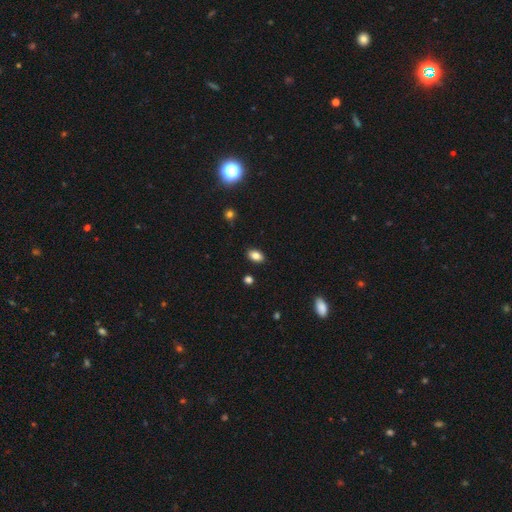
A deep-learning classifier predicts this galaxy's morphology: A smooth galaxy with no disk features (84%) that is in between round and cigar-shaped (88%). Merging: none (87%).